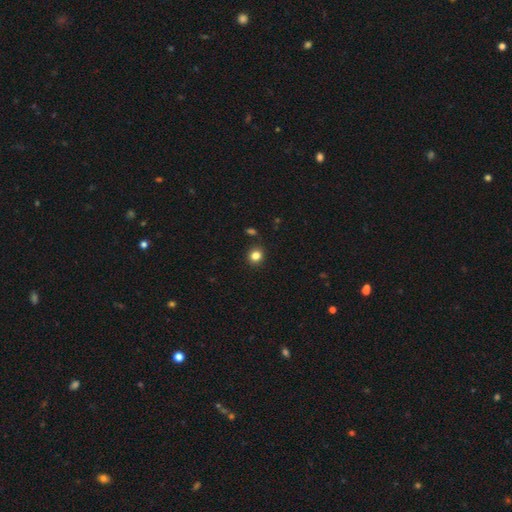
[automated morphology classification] The model was most divided on "how rounded": round: 84%, in between: 15%, cigar-shaped: 1%. More confident: merging — none (89%); smooth or featured — smooth (83%).